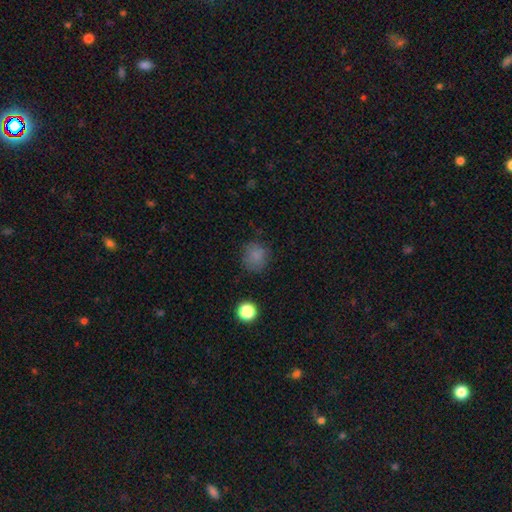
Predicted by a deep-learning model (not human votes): This is likely a smooth galaxy (80%). How rounded: clearly round (86%). Merging: likely none (77%).